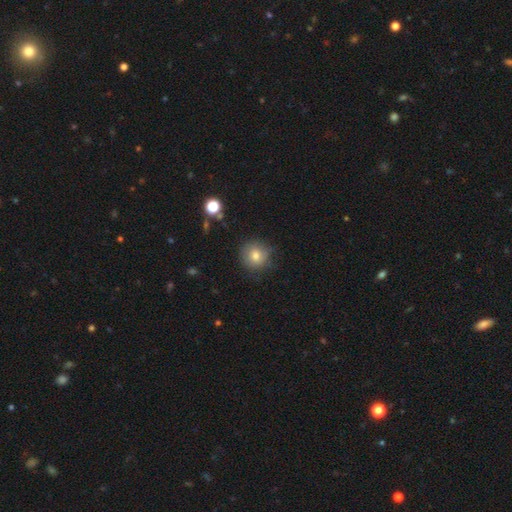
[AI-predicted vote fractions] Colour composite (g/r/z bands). It shows a smooth galaxy with no disk features (78%) that is round (92%). Merging: none (81%).